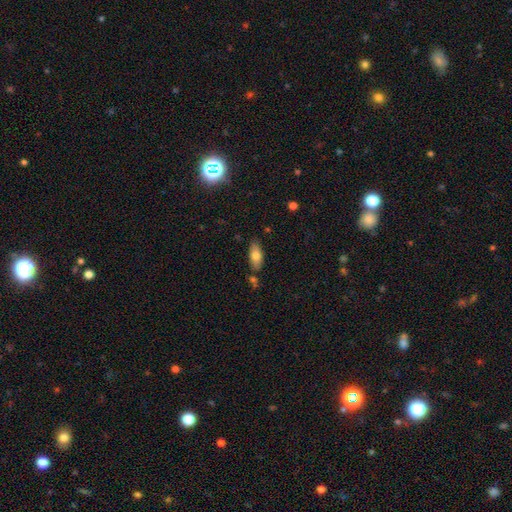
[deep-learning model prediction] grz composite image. It shows a smooth galaxy with no disk features (76%) that is in between round and cigar-shaped (83%). Merging: none (77%).